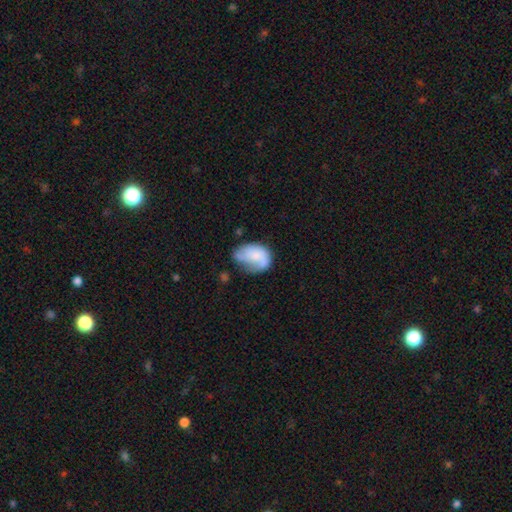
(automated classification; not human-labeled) This appears to be a smooth galaxy with no disk features (61%) that is in between round and cigar-shaped (77%). Merging: minor disturbance (34%).